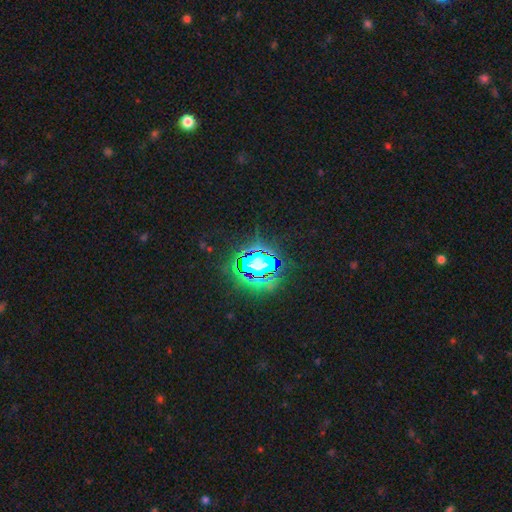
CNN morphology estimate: type=star or artifact (83%).